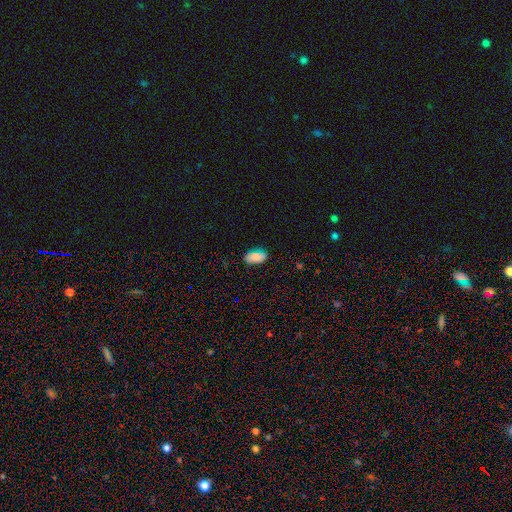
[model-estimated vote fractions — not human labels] smooth-or-featured: smooth: 81% | featured or disk: 10% | star or artifact: 9%
  how-rounded: in between: 93% | round: 3% | cigar-shaped: 3%
  merging: none: 81% | minor disturbance: 15% | major disturbance: 3% | merger: 1%